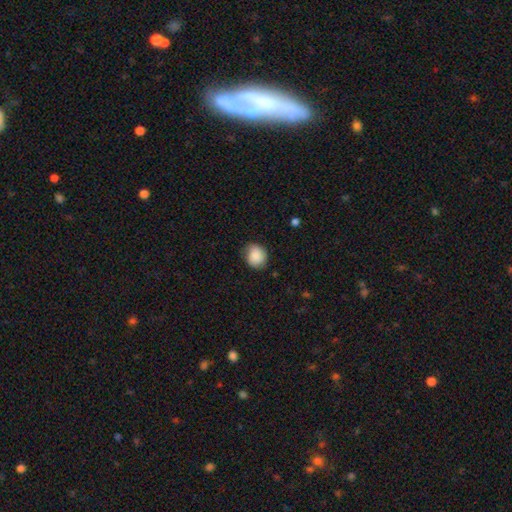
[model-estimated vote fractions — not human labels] smooth 86%, star or artifact 8%, featured or disk 7%. Down the decision tree: how rounded — round (76%); merging — none (76%).